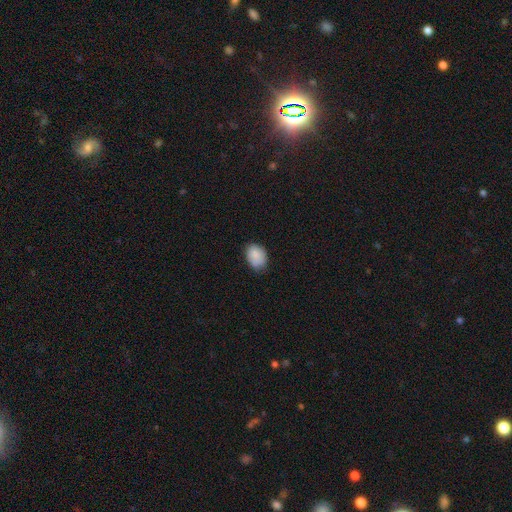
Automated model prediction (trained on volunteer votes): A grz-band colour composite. It shows a smooth galaxy with no disk features (85%) that is in between round and cigar-shaped (65%). Merging: none (68%).